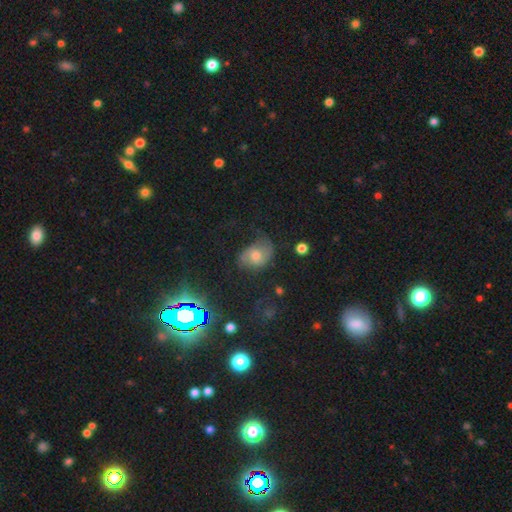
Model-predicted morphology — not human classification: Smooth or featured: featured or disk — 45% (smooth — 37%)
Merging: none — 50% (minor disturbance — 28%)